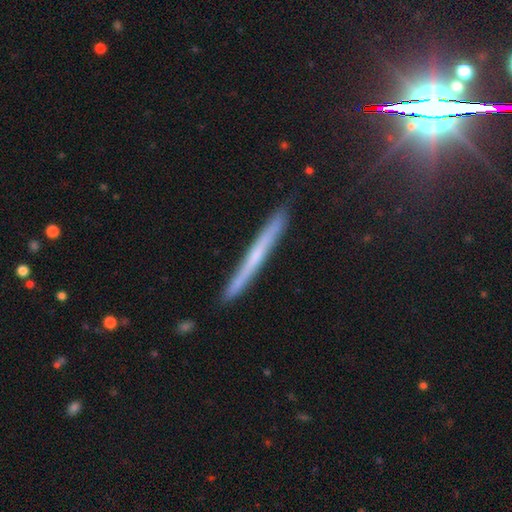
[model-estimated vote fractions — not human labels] smooth_or_featured: featured or disk (p=0.55) [alt: smooth p=0.35]
disk_edge_on: yes (p=0.96) [alt: no p=0.04]
edge_on_bulge: none (p=0.73) [alt: rounded p=0.23]
merging: none (p=0.89) [alt: minor disturbance p=0.09]